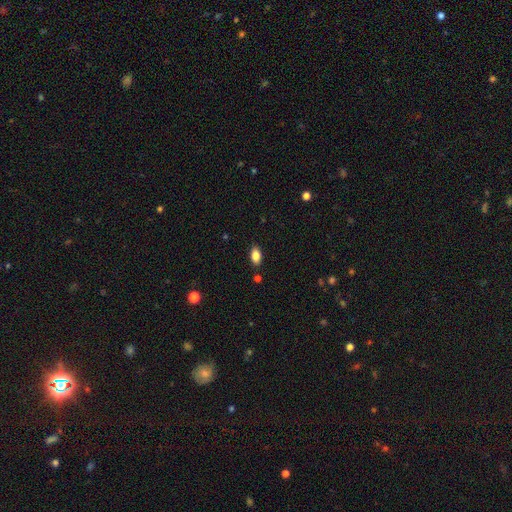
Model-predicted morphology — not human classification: smooth 84%, star or artifact 9%, featured or disk 7%. Down the decision tree: how rounded — in between (91%); merging — none (86%).